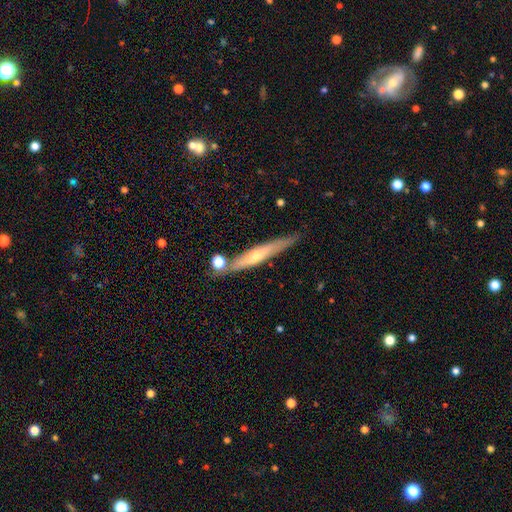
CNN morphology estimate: A featured or disk galaxy (54%) viewed edge-on (88%).

Vote fractions:
- Smooth or featured? featured or disk: 54% / smooth: 39% / star or artifact: 7%
- Edge-on disk? yes: 88% / no: 12%
- Merging? none: 75% / minor disturbance: 14% / merger: 8% / major disturbance: 3%